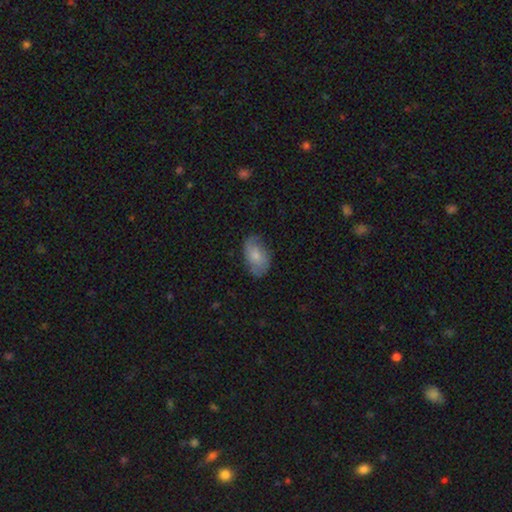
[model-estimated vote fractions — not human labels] Overall: smooth (64%; featured or disk 29%). How rounded: in between (90%). Merging: none (71%).